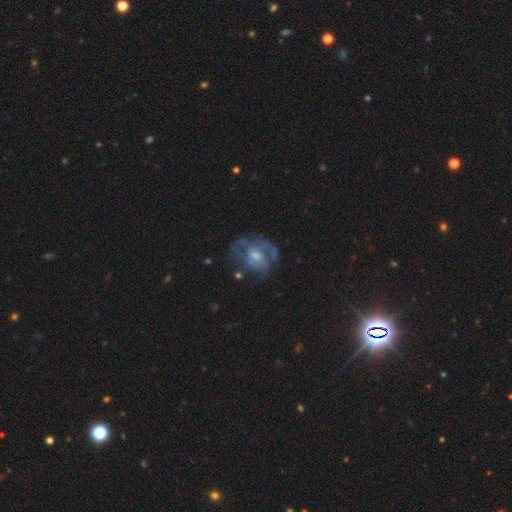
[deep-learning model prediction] A featured or disk galaxy (65%) with no bar (69%), spiral arms (54%) and a moderate central bulge (51%).

Vote fractions:
- Smooth or featured? featured or disk: 65% / smooth: 21% / star or artifact: 13%
- Edge-on disk? no: 96% / yes: 4%
- Bar? no: 69% / weak: 26% / strong: 5%
- Spiral arms? yes: 54% / no: 46%
- Bulge size? moderate: 51% / small: 36% / none: 6% / large: 6% / dominant: 1%
- Merging? none: 54% / major disturbance: 22% / minor disturbance: 20% / merger: 3%